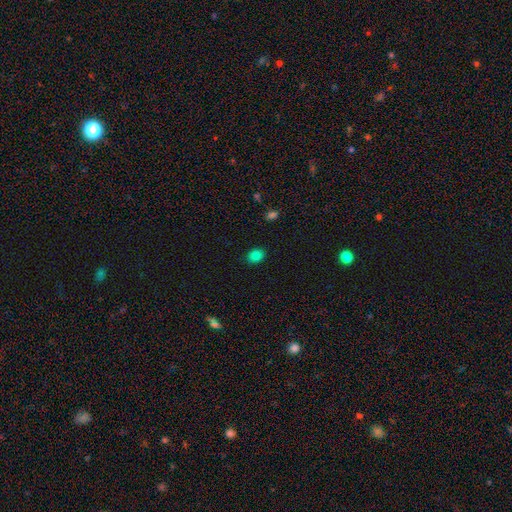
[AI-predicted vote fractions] Smooth or featured? Predicted: smooth (p=0.83). How rounded? Predicted: in between (p=0.63). Merging? Predicted: none (p=0.87).